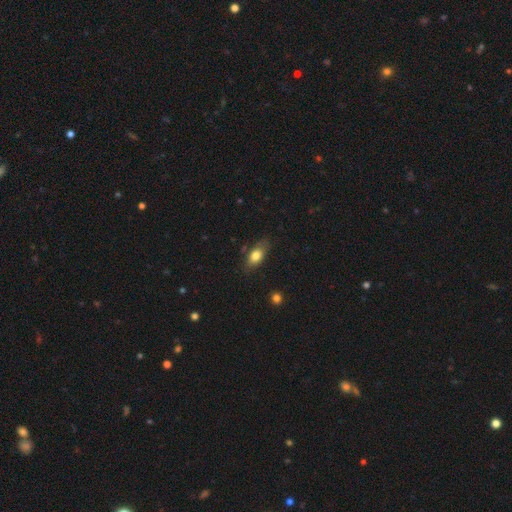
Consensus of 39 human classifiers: Smooth or featured?
  - smooth: 82% *
  - featured or disk: 10%
  - star or artifact: 8%
How rounded?
  - in between: 88% *
  - cigar-shaped: 12%
  - round: 0%
Merging?
  - none: 75% *
  - minor disturbance: 25%
  - major disturbance: 0%
  - merger: 0%